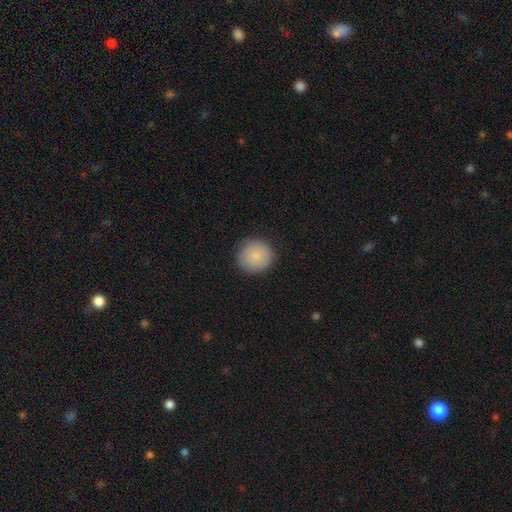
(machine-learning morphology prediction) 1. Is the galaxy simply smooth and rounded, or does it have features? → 86% smooth, 7% star or artifact, 7% featured or disk.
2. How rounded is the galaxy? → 93% round, 6% in between, 1% cigar-shaped.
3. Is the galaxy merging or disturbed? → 88% none, 9% minor disturbance, 2% major disturbance, 1% merger.